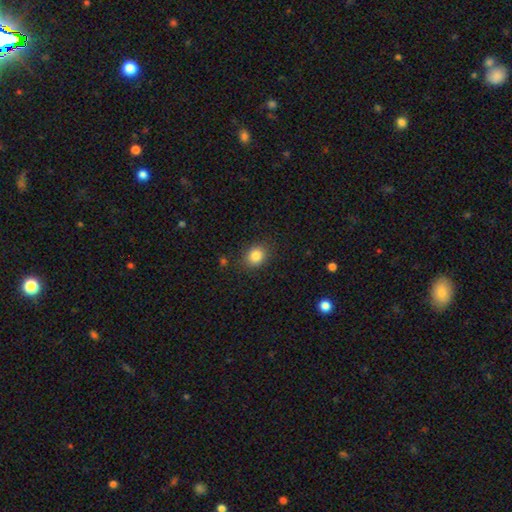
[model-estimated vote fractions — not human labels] Overall: smooth (84%). How rounded: round (63%; in between 36%). Merging: none (86%).